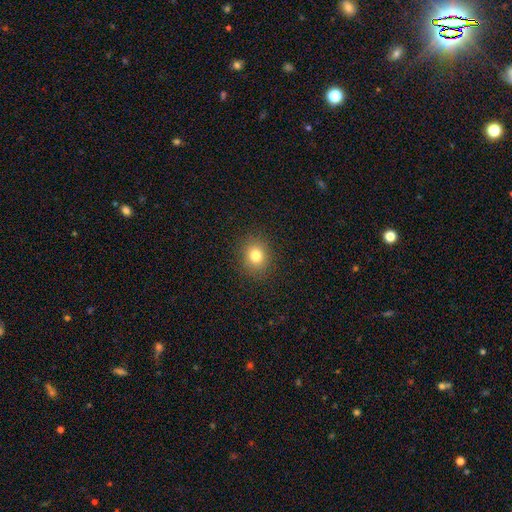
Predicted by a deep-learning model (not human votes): smooth-or-featured: smooth: 80% | star or artifact: 13% | featured or disk: 7%
  how-rounded: round: 74% | in between: 25% | cigar-shaped: 1%
  merging: none: 89% | minor disturbance: 7% | major disturbance: 3% | merger: 1%